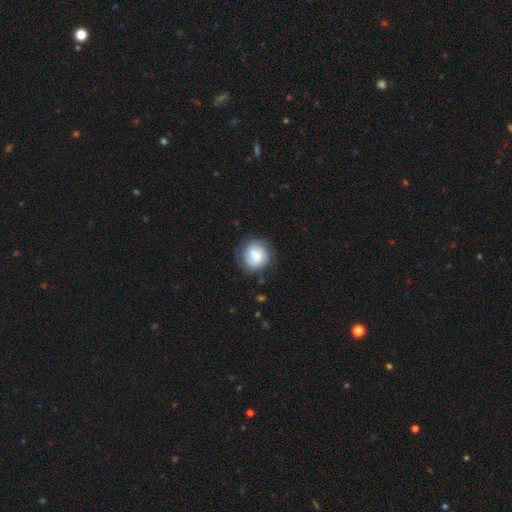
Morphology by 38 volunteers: Smooth or featured: smooth — 58% (featured or disk — 34%)
How rounded: round — 91% (in between — 9%)
Merging: none — 74% (minor disturbance — 17%)